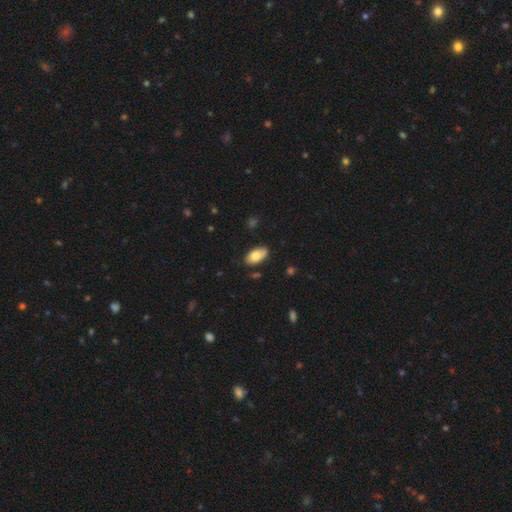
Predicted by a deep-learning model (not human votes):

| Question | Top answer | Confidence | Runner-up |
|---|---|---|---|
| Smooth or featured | smooth | 76% | featured or disk (18%) |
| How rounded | in between | 94% | round (3%) |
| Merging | none | 79% | minor disturbance (17%) |